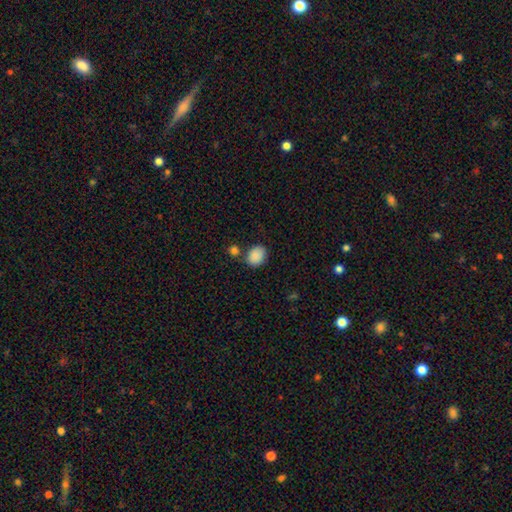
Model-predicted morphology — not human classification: A smooth galaxy with no disk features (88%) that is in between round and cigar-shaped (55%). Merging: none (69%).